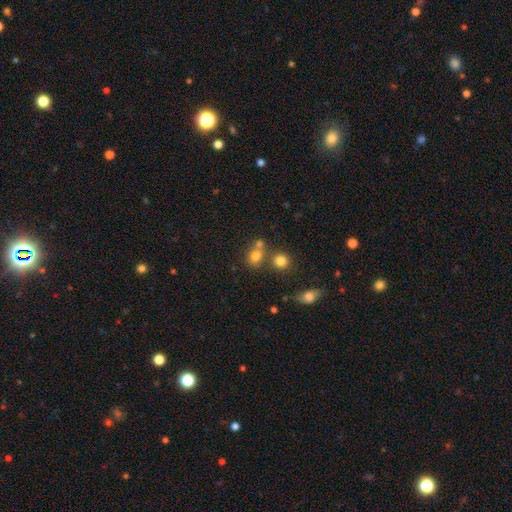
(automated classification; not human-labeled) Smooth or featured? smooth (76%)
How rounded? round (67%)
Merging? none (53%)